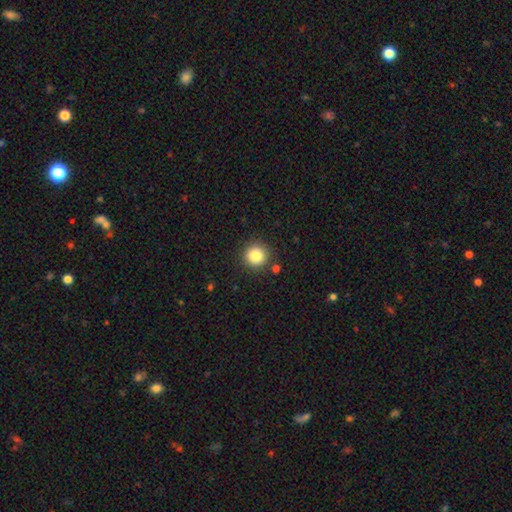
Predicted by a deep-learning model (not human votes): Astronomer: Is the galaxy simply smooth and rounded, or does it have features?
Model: smooth — 86%.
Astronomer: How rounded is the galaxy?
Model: round — 94%.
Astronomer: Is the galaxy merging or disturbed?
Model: none — 87%.